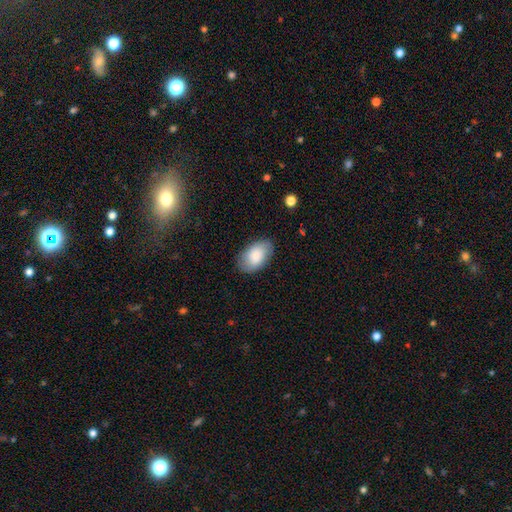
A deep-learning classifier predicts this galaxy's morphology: smooth_or_featured: smooth (p=0.81) [alt: featured or disk p=0.13]
how_rounded: in between (p=0.93) [alt: round p=0.06]
merging: none (p=0.82) [alt: minor disturbance p=0.14]